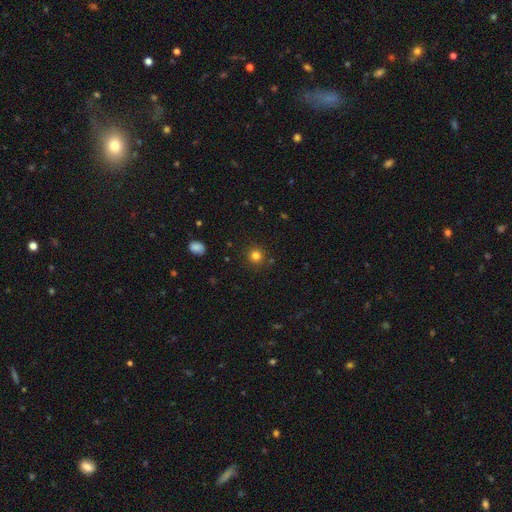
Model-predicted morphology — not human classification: Q: Smooth or featured?
A: smooth (81%); runner-up: star or artifact (14%)
Q: How rounded?
A: round (93%); runner-up: in between (6%)
Q: Merging?
A: none (89%); runner-up: minor disturbance (7%)